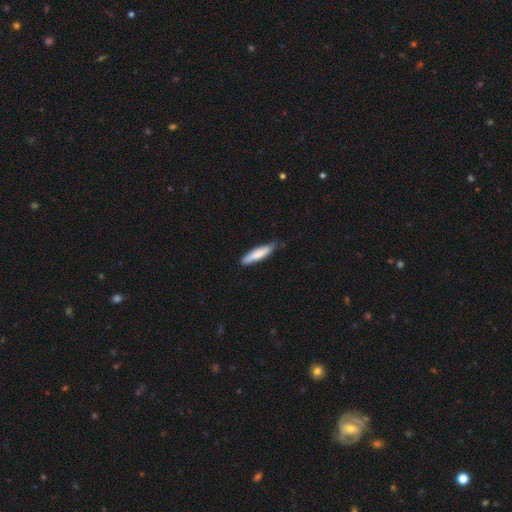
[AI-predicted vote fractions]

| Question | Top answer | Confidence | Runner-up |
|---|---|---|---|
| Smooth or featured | smooth | 76% | featured or disk (18%) |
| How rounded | cigar-shaped | 79% | in between (19%) |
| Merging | none | 75% | minor disturbance (21%) |